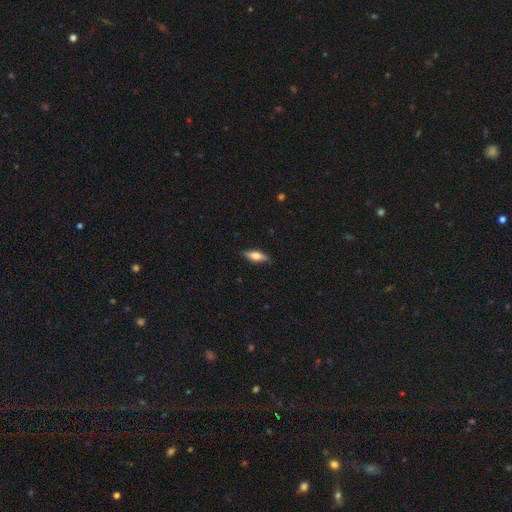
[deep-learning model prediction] This appears to be a smooth galaxy with no disk features (61%) that is in between round and cigar-shaped (61%). Merging: none (83%).